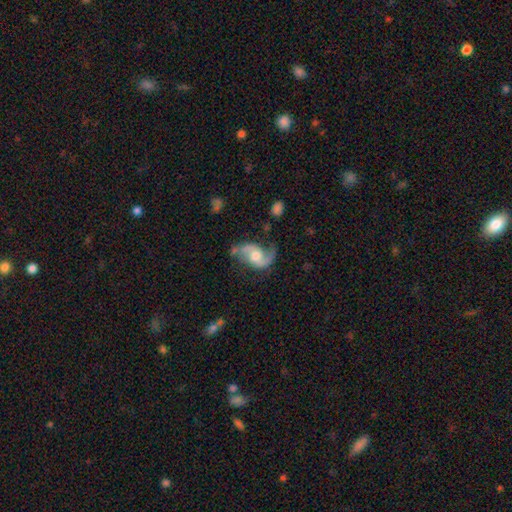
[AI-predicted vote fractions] Overall: featured or disk (84%). Edge-on disk: no (97%). Bar: no (52%; weak 39%). Spiral arms: yes (96%). Spiral arm count: 2 (88%). Spiral winding: loose (52%; medium 39%). Bulge size: moderate (64%). Merging: none (61%; minor disturbance 22%).